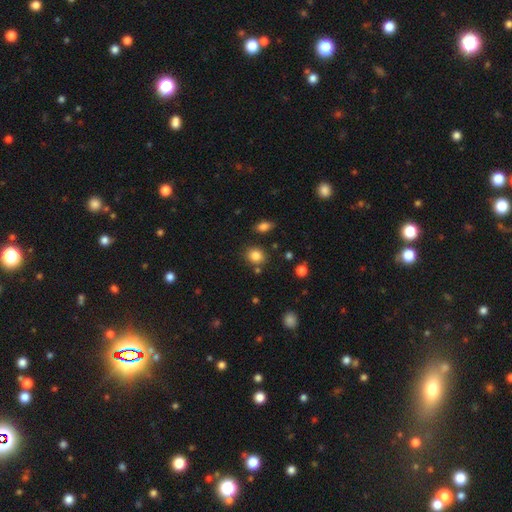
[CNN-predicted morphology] Smooth or featured: smooth — 84% (star or artifact — 11%)
How rounded: round — 69% (in between — 30%)
Merging: none — 80% (minor disturbance — 11%)